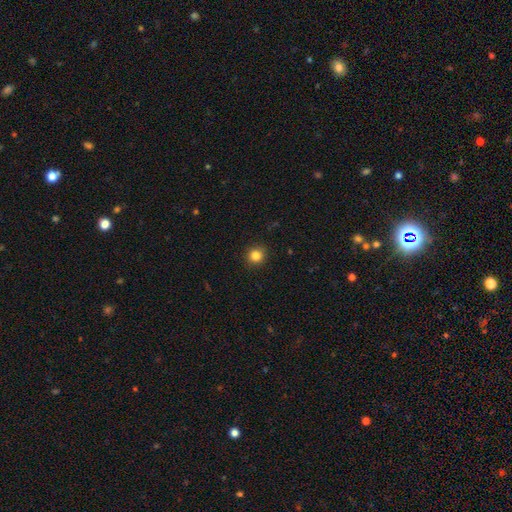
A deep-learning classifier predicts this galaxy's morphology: This is clearly a smooth galaxy (84%). How rounded: clearly round (91%). Merging: clearly none (91%).